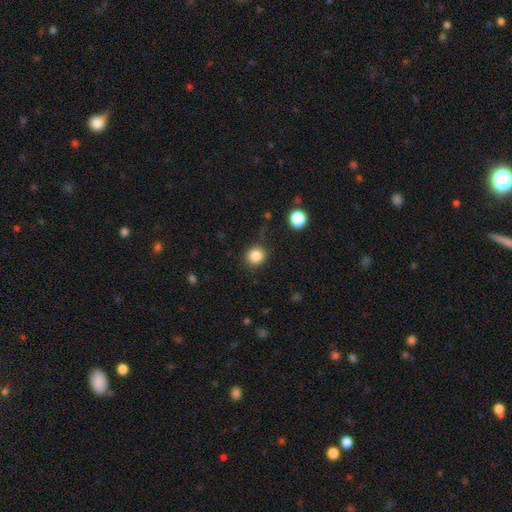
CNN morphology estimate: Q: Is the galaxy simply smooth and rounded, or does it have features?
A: smooth — 84%.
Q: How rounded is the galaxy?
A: round — 89%.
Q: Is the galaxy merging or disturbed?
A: none — 85%.